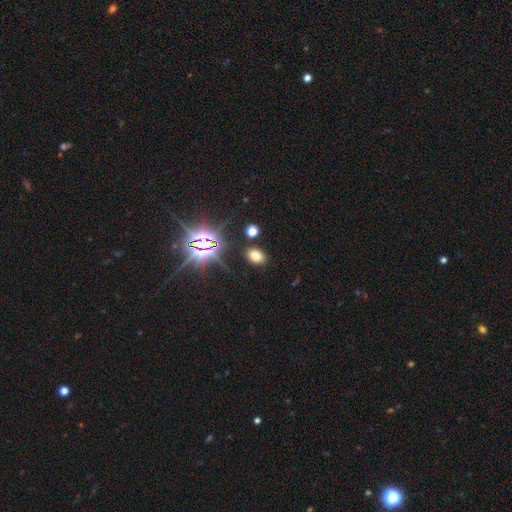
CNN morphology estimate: smooth_or_featured: smooth (p=0.66) [alt: star or artifact p=0.25]
how_rounded: in between (p=0.76) [alt: round p=0.23]
merging: none (p=0.86) [alt: minor disturbance p=0.08]